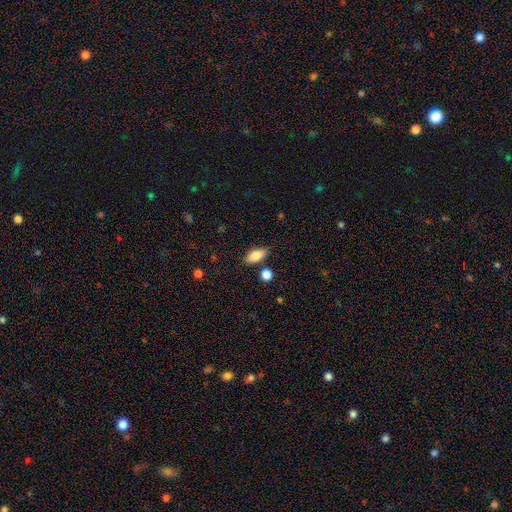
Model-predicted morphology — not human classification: A smooth galaxy with no disk features (81%) that is in between round and cigar-shaped (86%).

Vote fractions:
- Smooth or featured? smooth: 81% / featured or disk: 11% / star or artifact: 7%
- How rounded? in between: 86% / cigar-shaped: 10% / round: 4%
- Merging? none: 80% / minor disturbance: 12% / merger: 5% / major disturbance: 3%